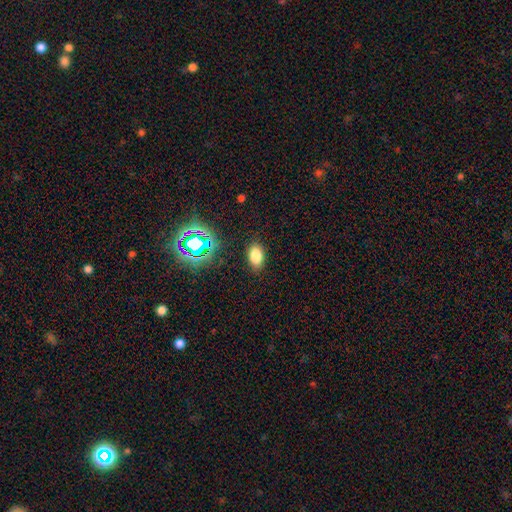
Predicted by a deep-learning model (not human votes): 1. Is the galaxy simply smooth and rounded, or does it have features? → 77% smooth, 16% star or artifact, 7% featured or disk.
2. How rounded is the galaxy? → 89% in between, 9% round, 2% cigar-shaped.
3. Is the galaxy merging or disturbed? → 85% none, 10% minor disturbance, 3% major disturbance, 1% merger.